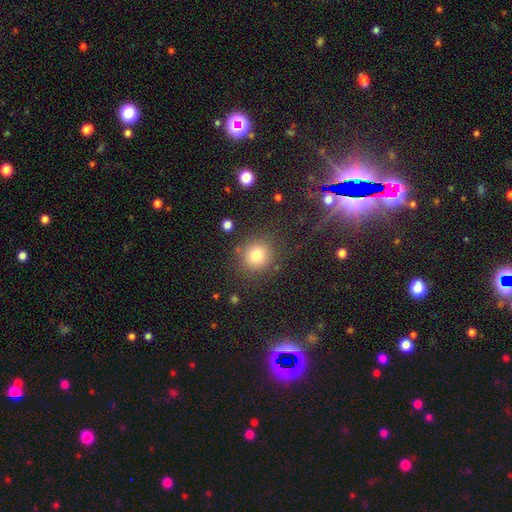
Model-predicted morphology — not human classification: type=smooth (79%); roundness=round (88%); merging=none (83%).